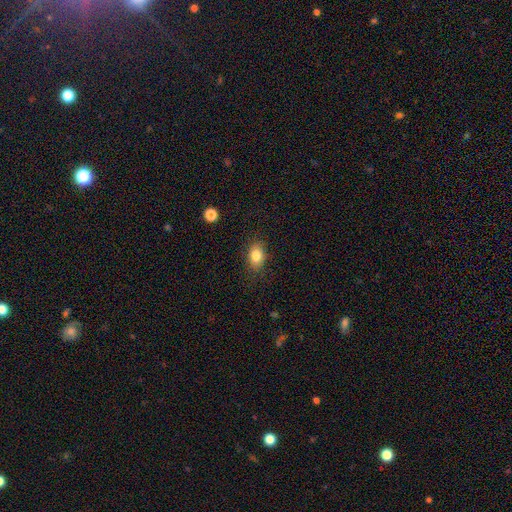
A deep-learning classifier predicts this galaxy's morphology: This is clearly a smooth galaxy (82%). How rounded: likely in between (79%). Merging: clearly none (84%).